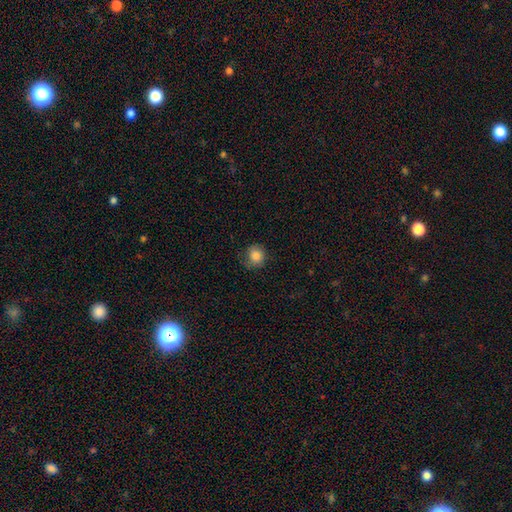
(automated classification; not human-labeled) A smooth galaxy with no disk features (83%) that is round (83%). Merging: none (70%).